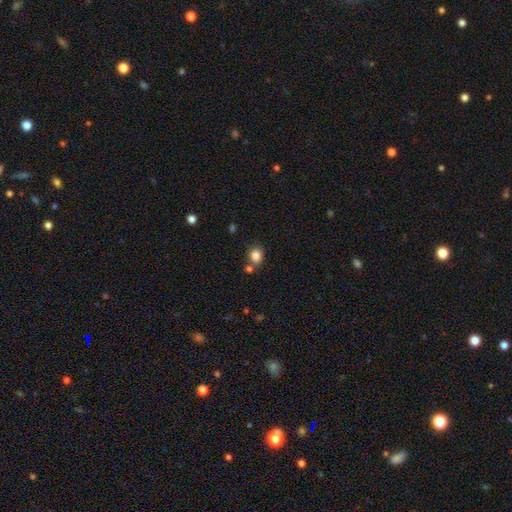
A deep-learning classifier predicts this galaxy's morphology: smooth-or-featured: smooth: 83% | star or artifact: 11% | featured or disk: 6%
  how-rounded: round: 62% | in between: 37% | cigar-shaped: 1%
  merging: none: 71% | merger: 13% | minor disturbance: 12% | major disturbance: 3%